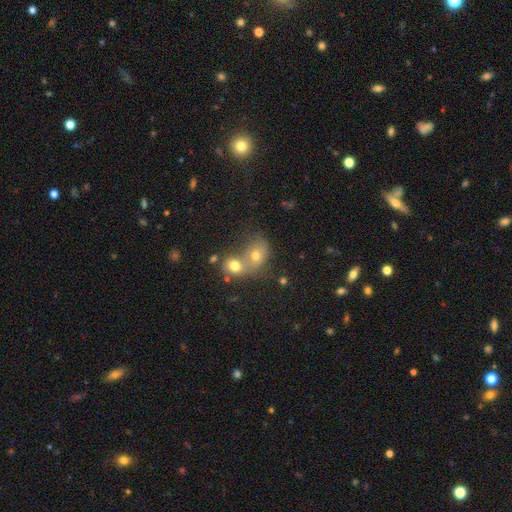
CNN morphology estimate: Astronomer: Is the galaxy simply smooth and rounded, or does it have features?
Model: smooth — 67%.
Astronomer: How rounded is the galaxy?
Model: round — 52% (runner-up: in between, 47%).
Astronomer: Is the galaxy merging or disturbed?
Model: merger — 66%.